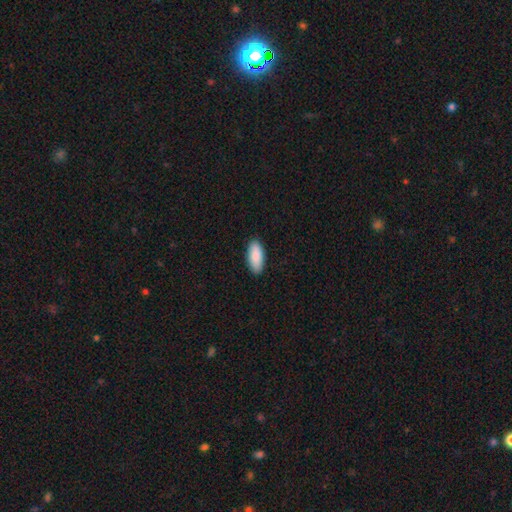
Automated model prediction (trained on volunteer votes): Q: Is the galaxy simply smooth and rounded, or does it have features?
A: smooth — 90%.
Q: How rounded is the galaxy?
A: in between — 87%.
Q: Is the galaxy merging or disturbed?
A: none — 90%.